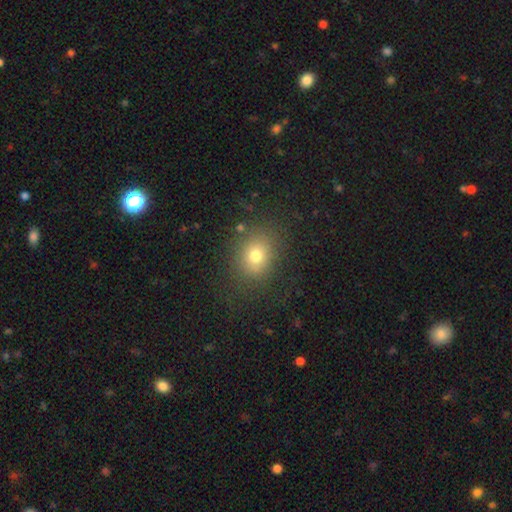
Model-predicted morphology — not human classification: This appears to be a smooth galaxy with no disk features (74%) that is round (55%). Merging: none (79%).